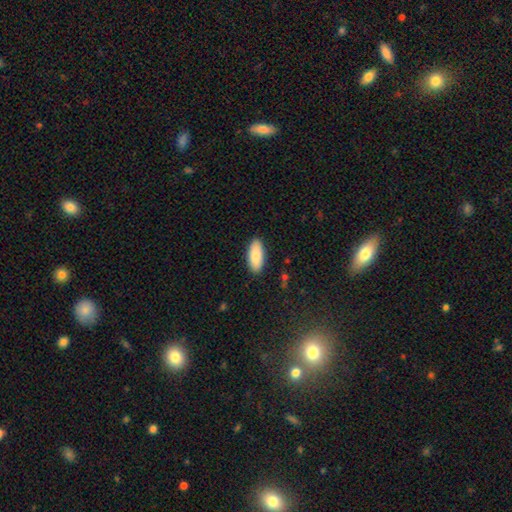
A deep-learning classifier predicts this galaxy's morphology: This appears to be a smooth galaxy with no disk features (87%) that is in between round and cigar-shaped (87%). Merging: none (89%).